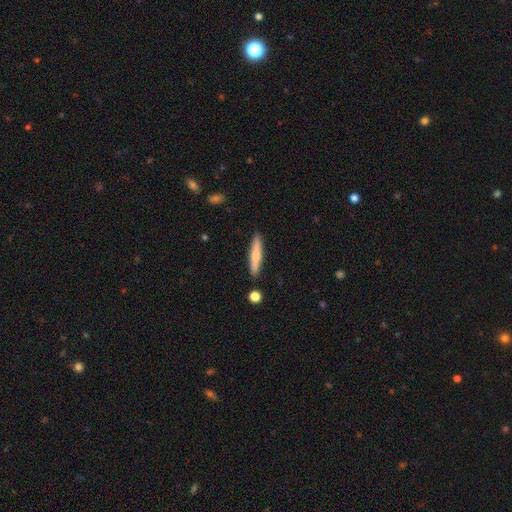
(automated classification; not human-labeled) Smooth or featured? Predicted: smooth (p=0.66). How rounded? Predicted: cigar-shaped (p=0.89). Merging? Predicted: none (p=0.87).